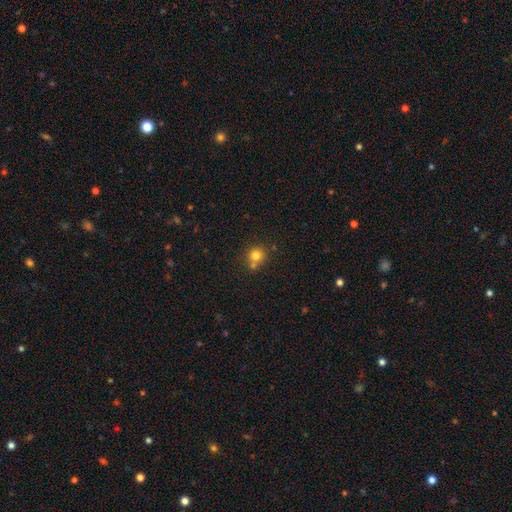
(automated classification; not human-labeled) smooth-or-featured: smooth: 78% | star or artifact: 13% | featured or disk: 8%
  how-rounded: round: 88% | in between: 11% | cigar-shaped: 1%
  merging: none: 61% | merger: 27% | minor disturbance: 10% | major disturbance: 3%